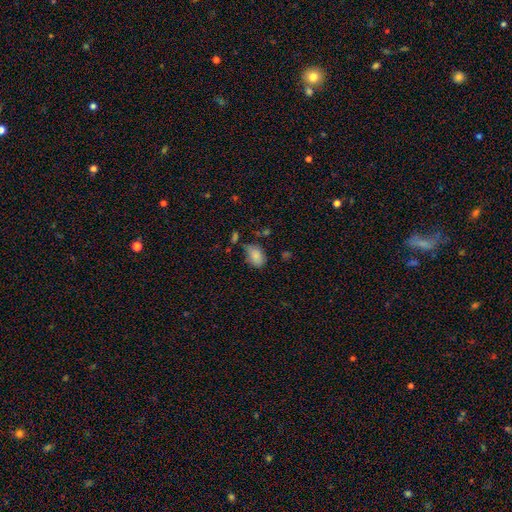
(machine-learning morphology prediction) Q: Smooth or featured?
A: smooth (83%); runner-up: star or artifact (9%)
Q: How rounded?
A: in between (82%); runner-up: round (16%)
Q: Merging?
A: none (53%); runner-up: minor disturbance (31%)